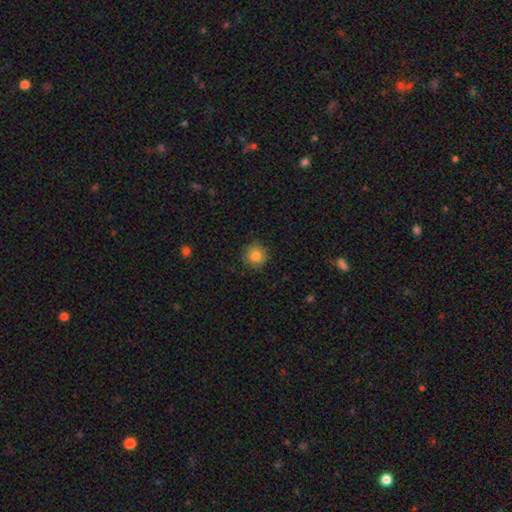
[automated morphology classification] smooth_or_featured: smooth (p=0.82) [alt: star or artifact p=0.11]
how_rounded: round (p=0.94) [alt: in between p=0.05]
merging: none (p=0.89) [alt: minor disturbance p=0.08]